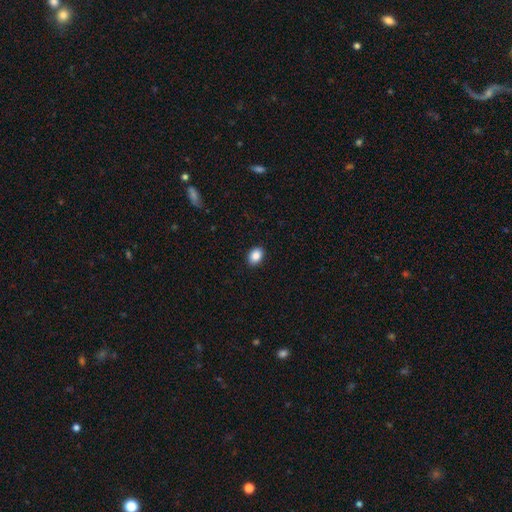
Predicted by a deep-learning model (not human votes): A smooth galaxy with no disk features (88%) that is in between round and cigar-shaped (71%).

Vote fractions:
- Smooth or featured? smooth: 88% / star or artifact: 8% / featured or disk: 4%
- How rounded? in between: 71% / round: 28% / cigar-shaped: 1%
- Merging? none: 91% / minor disturbance: 7% / major disturbance: 2% / merger: 1%